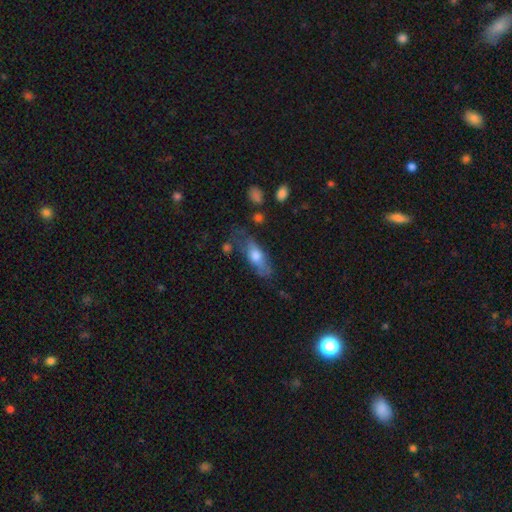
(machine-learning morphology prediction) Smooth or featured? smooth (62%)
How rounded? in between (66%)
Merging? none (53%)